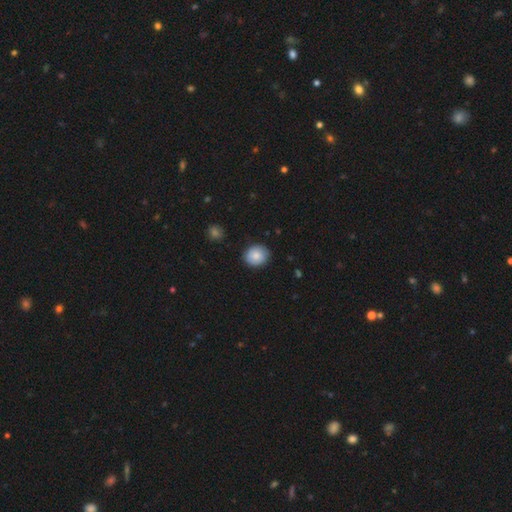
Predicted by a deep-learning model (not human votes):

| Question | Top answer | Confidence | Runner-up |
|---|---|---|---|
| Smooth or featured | smooth | 82% | featured or disk (10%) |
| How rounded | round | 74% | in between (25%) |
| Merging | none | 85% | minor disturbance (12%) |